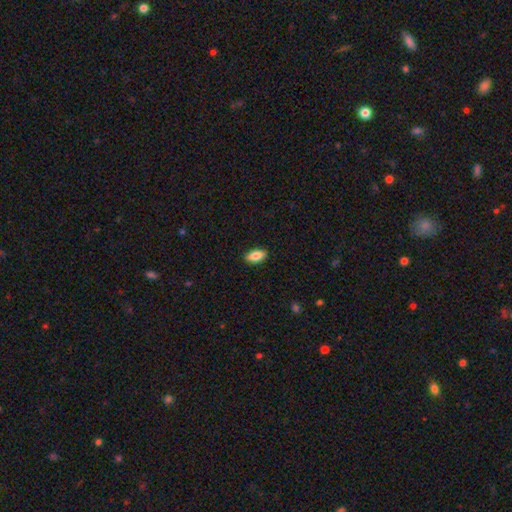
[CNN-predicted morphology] Smooth or featured?
  - smooth: 86% *
  - featured or disk: 8%
  - star or artifact: 7%
How rounded?
  - in between: 91% *
  - cigar-shaped: 6%
  - round: 3%
Merging?
  - none: 90% *
  - minor disturbance: 8%
  - major disturbance: 2%
  - merger: 1%